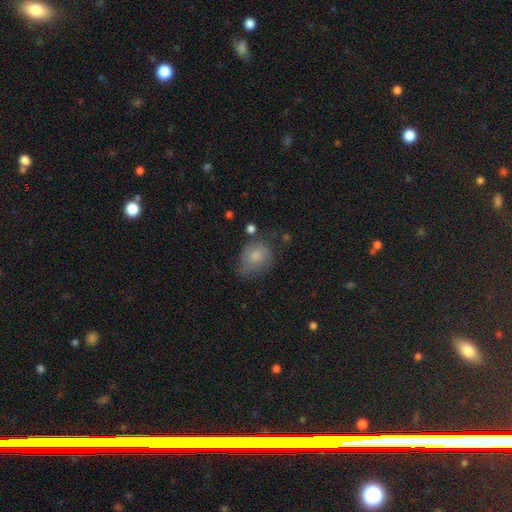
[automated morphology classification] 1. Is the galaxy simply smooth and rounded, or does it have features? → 70% smooth, 21% featured or disk, 9% star or artifact.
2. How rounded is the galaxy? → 59% round, 40% in between, 1% cigar-shaped.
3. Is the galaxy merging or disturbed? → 48% none, 33% minor disturbance, 15% major disturbance, 4% merger.